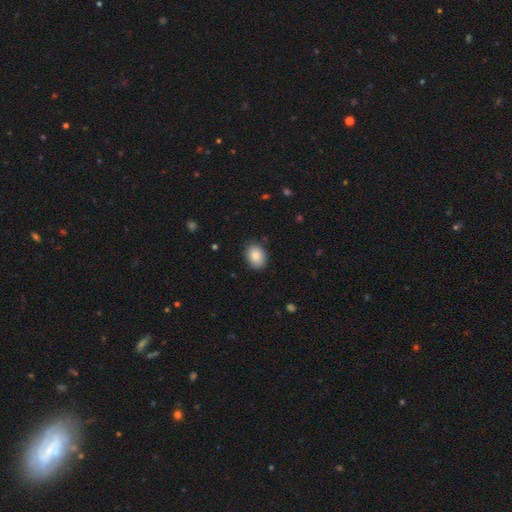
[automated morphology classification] Smooth or featured? Predicted: smooth (p=0.86). How rounded? Predicted: in between (p=0.71). Merging? Predicted: none (p=0.87).